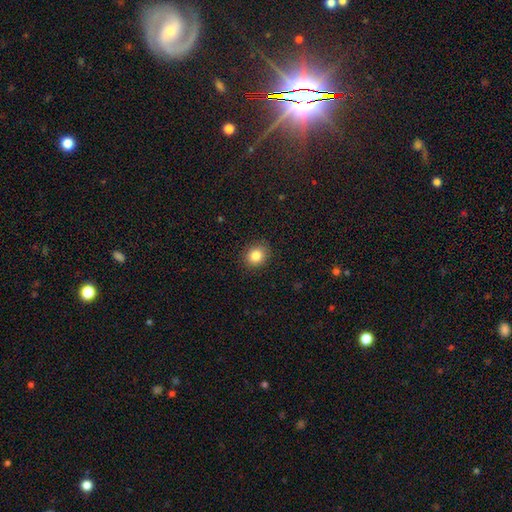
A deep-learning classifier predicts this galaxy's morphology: Smooth or featured? Predicted: smooth (p=0.83). How rounded? Predicted: round (p=0.70). Merging? Predicted: none (p=0.89).